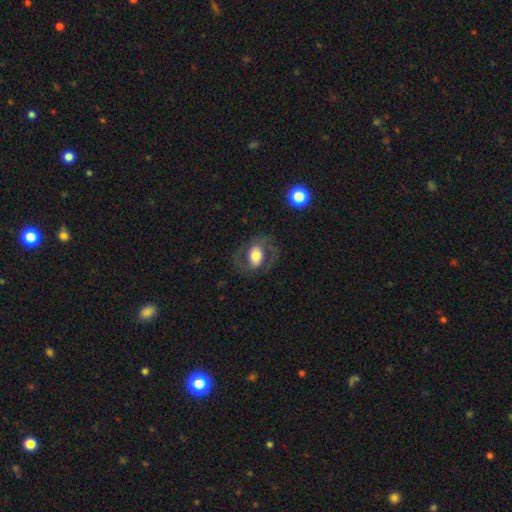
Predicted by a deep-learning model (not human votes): Q: Smooth or featured?
A: featured or disk (57%); runner-up: smooth (35%)
Q: Edge-on disk?
A: no (95%); runner-up: yes (5%)
Q: Bar?
A: no (50%); runner-up: weak (32%)
Q: Spiral arms?
A: yes (74%); runner-up: no (26%)
Q: Bulge size?
A: moderate (44%); runner-up: large (40%)
Q: Merging?
A: none (69%); runner-up: minor disturbance (15%)